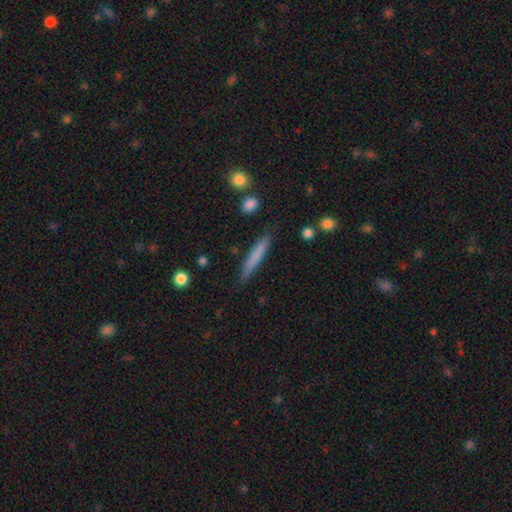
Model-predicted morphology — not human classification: Q: Smooth or featured?
A: smooth (72%); runner-up: featured or disk (21%)
Q: How rounded?
A: cigar-shaped (94%); runner-up: in between (4%)
Q: Merging?
A: none (84%); runner-up: minor disturbance (11%)